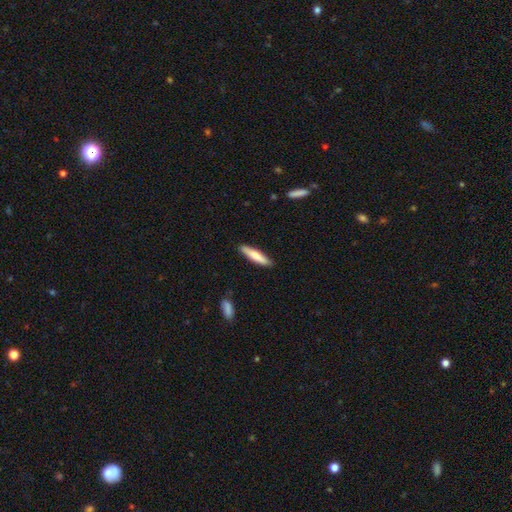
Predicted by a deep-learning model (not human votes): smooth-or-featured: smooth: 73% | featured or disk: 22% | star or artifact: 5%
  how-rounded: cigar-shaped: 84% | in between: 15% | round: 1%
  merging: none: 89% | minor disturbance: 9% | major disturbance: 2% | merger: 1%